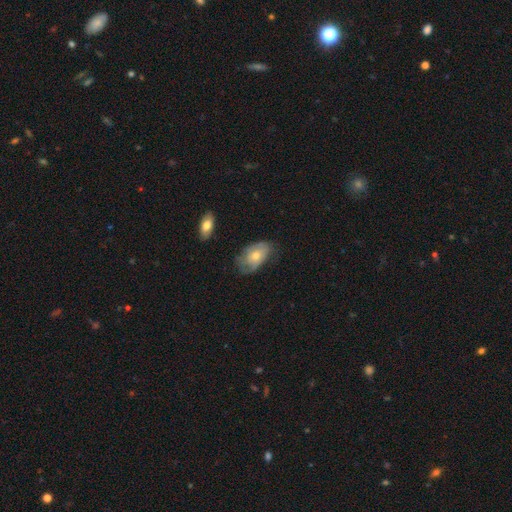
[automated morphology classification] The model was most divided on "smooth or featured": smooth: 54%, featured or disk: 39%, star or artifact: 6%. Remaining: how rounded — in between (91%); merging — none (50%).